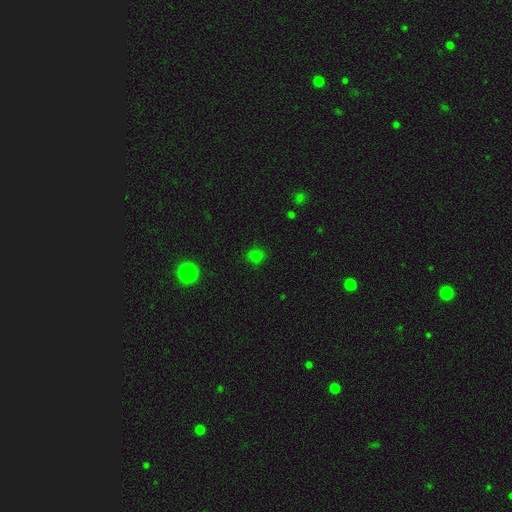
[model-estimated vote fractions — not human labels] Smooth or featured: smooth — 72% (star or artifact — 23%)
How rounded: round — 78% (in between — 21%)
Merging: none — 83% (minor disturbance — 12%)